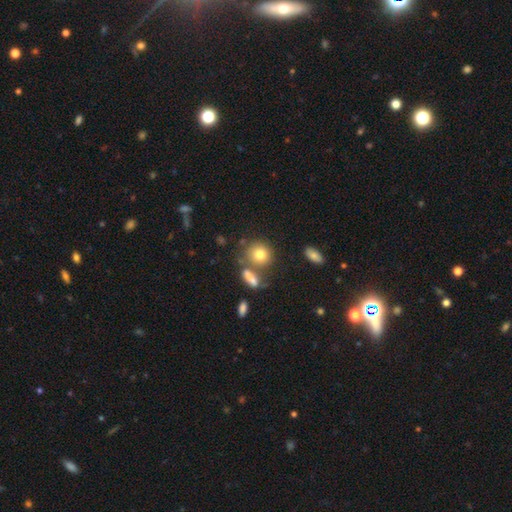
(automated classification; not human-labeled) A smooth galaxy with no disk features (54%) that is round (83%).

Vote fractions:
- Smooth or featured? smooth: 54% / star or artifact: 32% / featured or disk: 14%
- How rounded? round: 83% / in between: 15% / cigar-shaped: 2%
- Merging? none: 60% / merger: 26% / minor disturbance: 9% / major disturbance: 5%